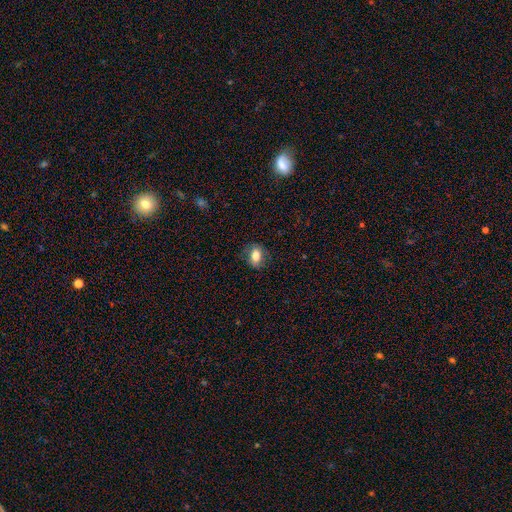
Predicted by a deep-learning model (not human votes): This is likely a smooth galaxy (75%). How rounded: likely in between (71%). Merging: likely none (78%).